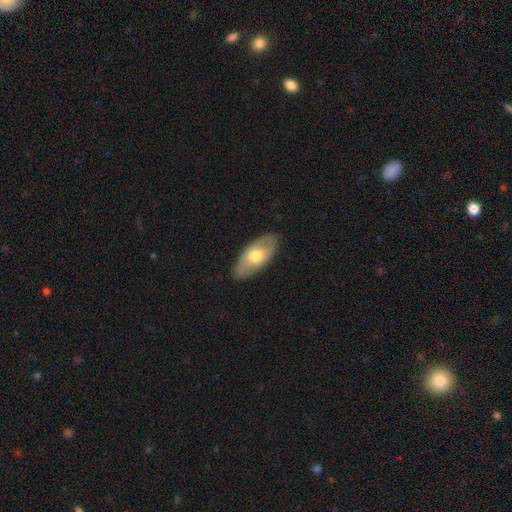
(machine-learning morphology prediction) This appears to be a smooth galaxy with no disk features (58%) that is in between round and cigar-shaped (91%). Merging: none (85%).